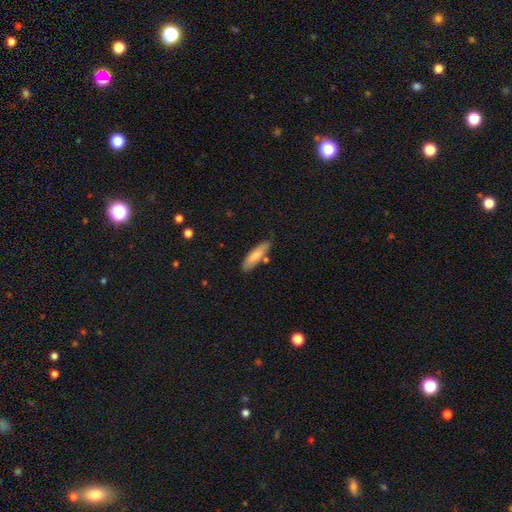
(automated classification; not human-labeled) smooth 75%, featured or disk 19%, star or artifact 6%. Down the decision tree: how rounded — cigar-shaped (60%); merging — none (72%).